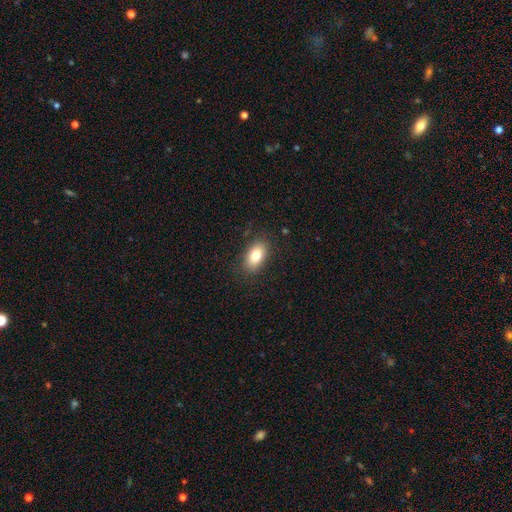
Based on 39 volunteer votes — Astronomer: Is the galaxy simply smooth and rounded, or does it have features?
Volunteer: smooth — 77%.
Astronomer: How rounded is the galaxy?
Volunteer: in between — 90%.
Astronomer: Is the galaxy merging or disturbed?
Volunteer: none — 89%.